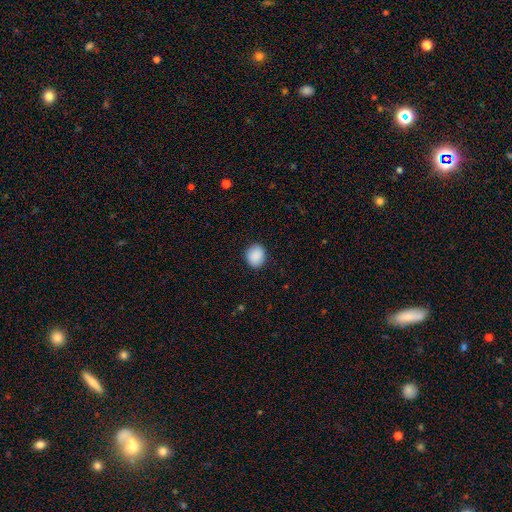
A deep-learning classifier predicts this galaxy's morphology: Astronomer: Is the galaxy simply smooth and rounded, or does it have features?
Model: smooth — 90%.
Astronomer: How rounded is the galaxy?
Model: round — 61% (runner-up: in between, 38%).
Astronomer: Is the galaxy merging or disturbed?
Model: none — 90%.